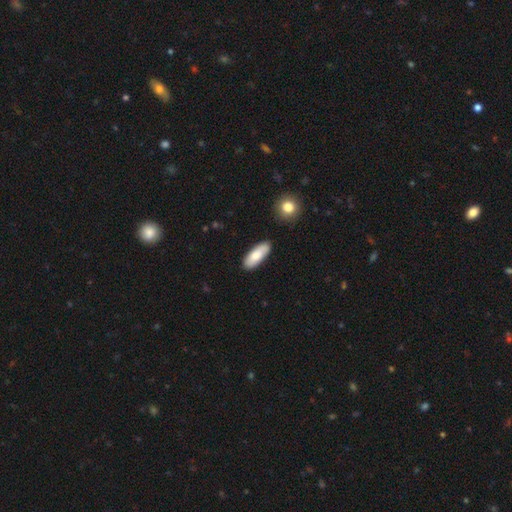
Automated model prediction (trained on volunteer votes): smooth-or-featured: smooth: 77% | featured or disk: 18% | star or artifact: 6%
  how-rounded: in between: 75% | cigar-shaped: 23% | round: 2%
  merging: none: 83% | minor disturbance: 12% | merger: 3% | major disturbance: 2%